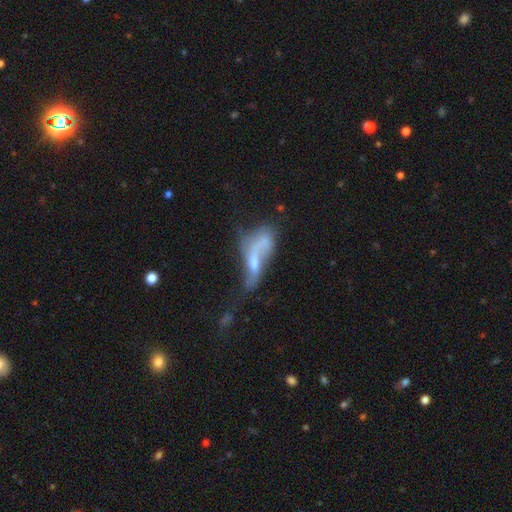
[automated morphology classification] This appears to be a featured or disk galaxy (55%). Merging: major disturbance (33%).